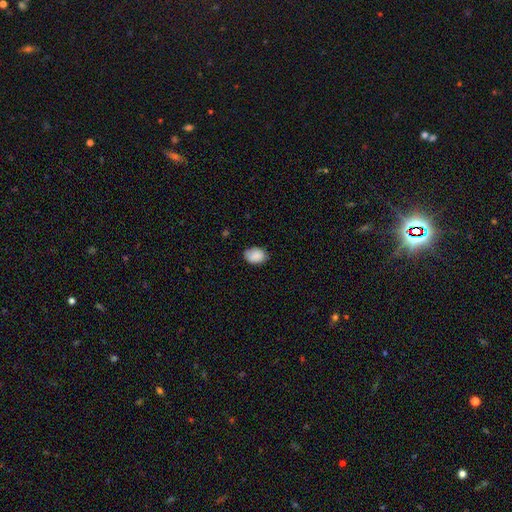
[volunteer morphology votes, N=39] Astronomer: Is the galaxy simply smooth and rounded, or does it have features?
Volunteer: smooth — 87%.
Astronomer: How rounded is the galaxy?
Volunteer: in between — 76%.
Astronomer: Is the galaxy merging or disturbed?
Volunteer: none — 77%.